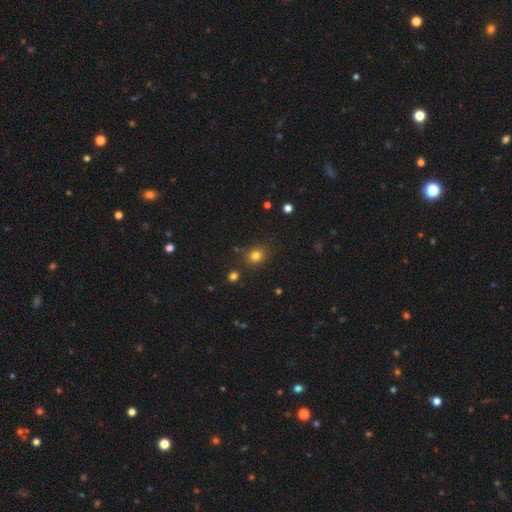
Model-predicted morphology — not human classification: Overall: smooth (79%). How rounded: round (67%; in between 32%). Merging: none (80%).